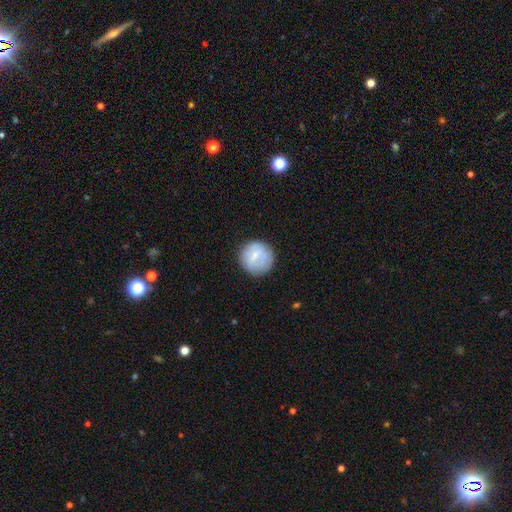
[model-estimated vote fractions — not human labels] Smooth or featured?
  - smooth: 65% *
  - featured or disk: 28%
  - star or artifact: 7%
How rounded?
  - round: 91% *
  - in between: 8%
  - cigar-shaped: 1%
Merging?
  - none: 79% *
  - minor disturbance: 14%
  - major disturbance: 5%
  - merger: 1%